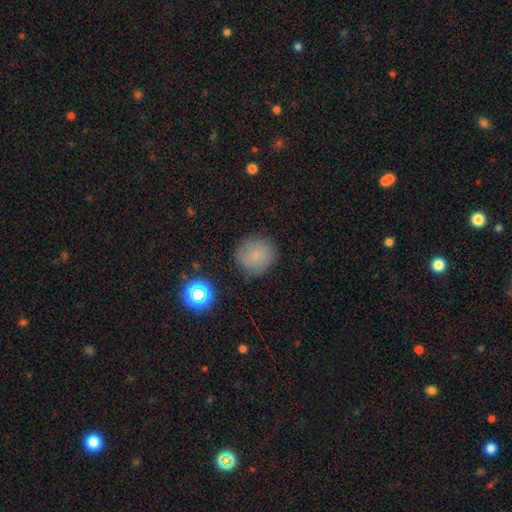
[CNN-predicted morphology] A smooth galaxy with no disk features (74%) that is round (87%).

Vote fractions:
- Smooth or featured? smooth: 74% / star or artifact: 14% / featured or disk: 12%
- How rounded? round: 87% / in between: 12% / cigar-shaped: 1%
- Merging? none: 78% / minor disturbance: 15% / major disturbance: 5% / merger: 2%